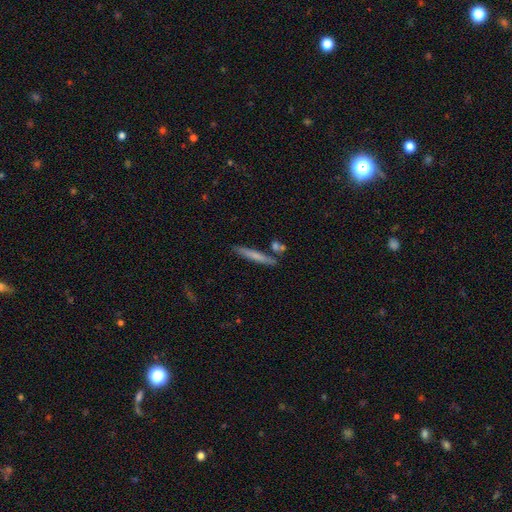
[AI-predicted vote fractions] A smooth galaxy with no disk features (63%) that is cigar-shaped (94%). Merging: none (83%).